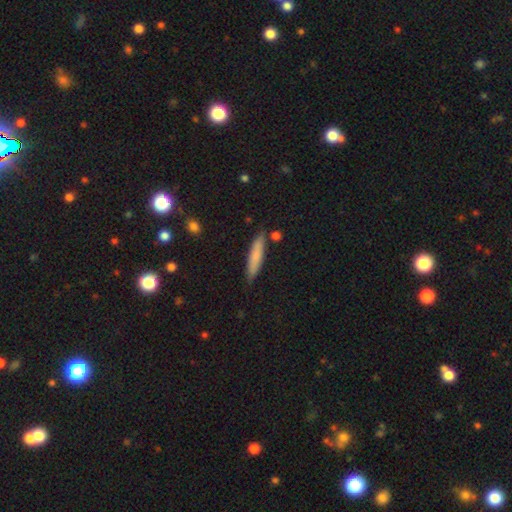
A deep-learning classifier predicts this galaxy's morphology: Smooth or featured? Predicted: smooth (p=0.76). How rounded? Predicted: cigar-shaped (p=0.87). Merging? Predicted: none (p=0.83).